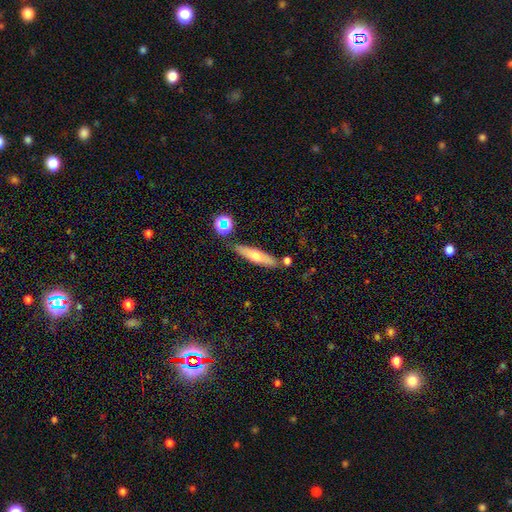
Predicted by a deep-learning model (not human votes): Morphology: type=smooth (51%); roundness=cigar-shaped (78%); merging=none (81%).